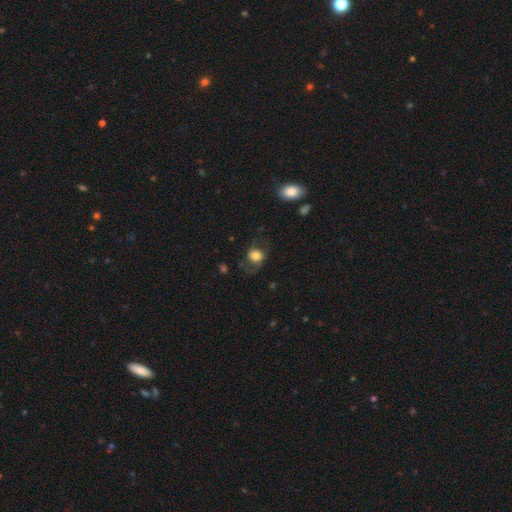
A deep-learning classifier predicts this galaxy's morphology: Smooth or featured? smooth (65%)
How rounded? round (63%)
Merging? none (55%)